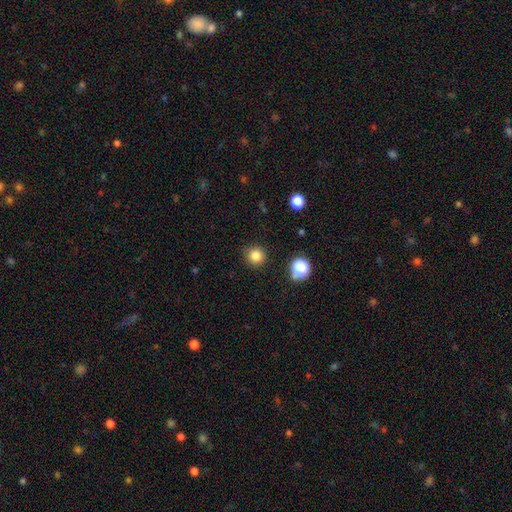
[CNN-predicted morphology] type=smooth (84%); roundness=round (94%); merging=none (90%).